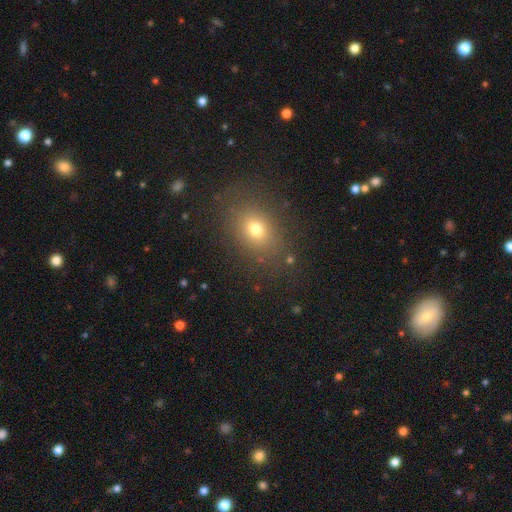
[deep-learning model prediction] Overall: smooth (64%; star or artifact 25%). How rounded: in between (60%; round 39%). Merging: none (87%).